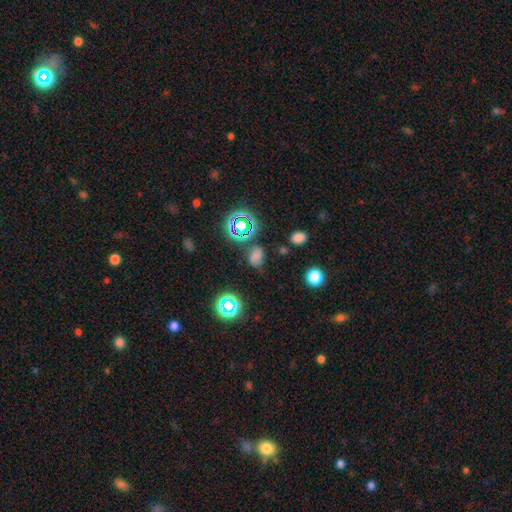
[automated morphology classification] smooth_or_featured: smooth (p=0.58) [alt: star or artifact p=0.31]
how_rounded: in between (p=0.62) [alt: round p=0.36]
merging: none (p=0.60) [alt: minor disturbance p=0.23]